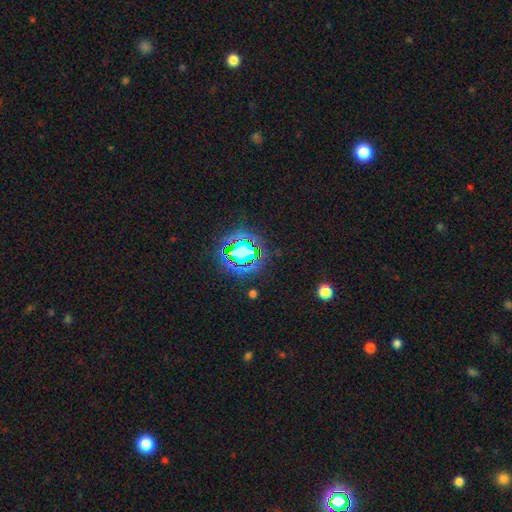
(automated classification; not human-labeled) star or artifact 73%, smooth 18%, featured or disk 9%.